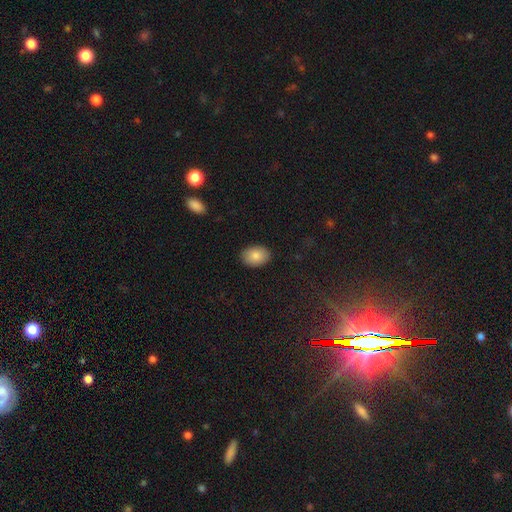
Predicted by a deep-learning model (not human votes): smooth-or-featured: smooth: 86% | star or artifact: 7% | featured or disk: 7%
  how-rounded: in between: 81% | round: 18% | cigar-shaped: 1%
  merging: none: 89% | minor disturbance: 8% | major disturbance: 2% | merger: 1%